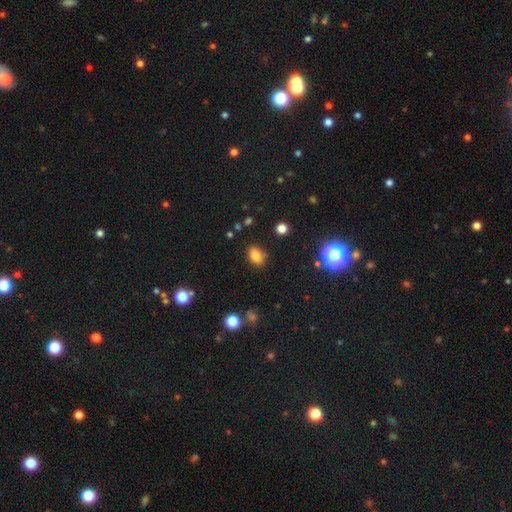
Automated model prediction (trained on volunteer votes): Morphology: type=smooth (81%); roundness=in between (82%); merging=none (79%).